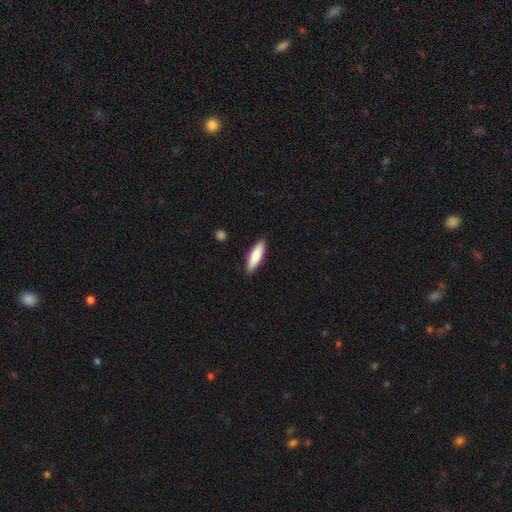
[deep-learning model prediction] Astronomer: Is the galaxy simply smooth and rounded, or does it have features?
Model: smooth — 79%.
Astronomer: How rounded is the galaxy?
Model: in between — 49%, tied with cigar-shaped at 49%.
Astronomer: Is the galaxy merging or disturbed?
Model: none — 88%.